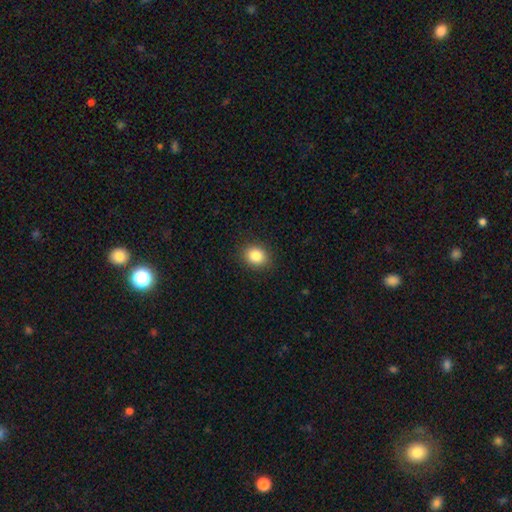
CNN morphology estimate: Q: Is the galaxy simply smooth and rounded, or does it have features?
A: smooth — 85%.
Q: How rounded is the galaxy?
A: round — 62%.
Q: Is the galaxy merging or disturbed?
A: none — 89%.